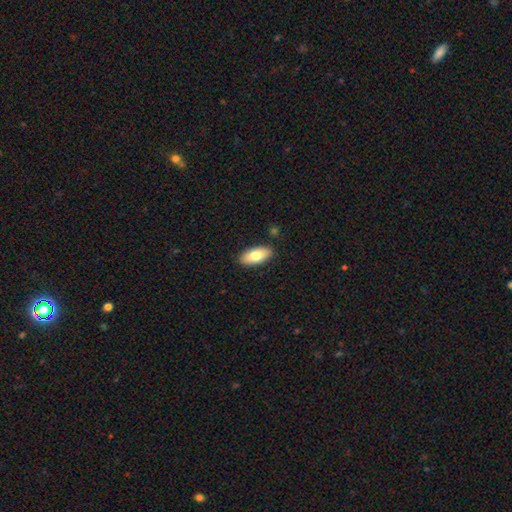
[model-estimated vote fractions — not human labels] Overall: smooth (77%). How rounded: in between (89%). Merging: none (88%).